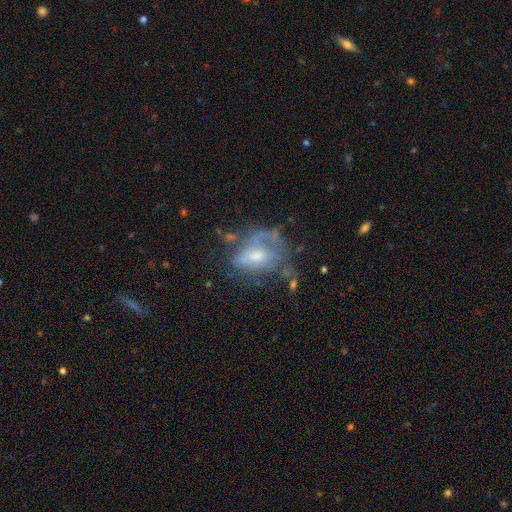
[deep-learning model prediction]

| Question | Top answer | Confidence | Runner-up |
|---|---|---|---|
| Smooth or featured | featured or disk | 53% | smooth (37%) |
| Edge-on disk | no | 95% | yes (5%) |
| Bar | no | 63% | weak (30%) |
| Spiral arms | no | 61% | yes (39%) |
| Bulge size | moderate | 54% | small (32%) |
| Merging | major disturbance | 34% | tied: none (34%) |